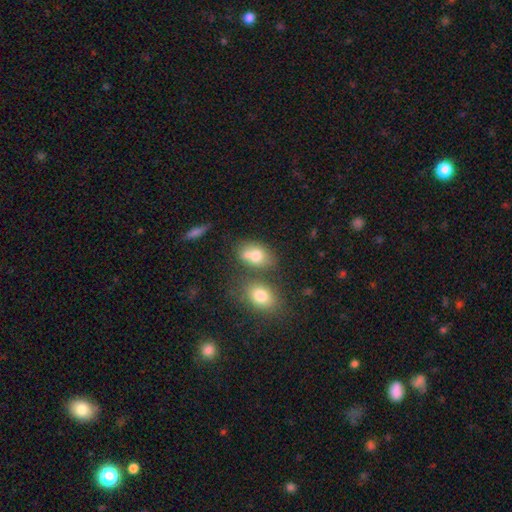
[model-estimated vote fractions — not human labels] Morphology: type=smooth (74%); roundness=in between (79%); merging=none (45%).